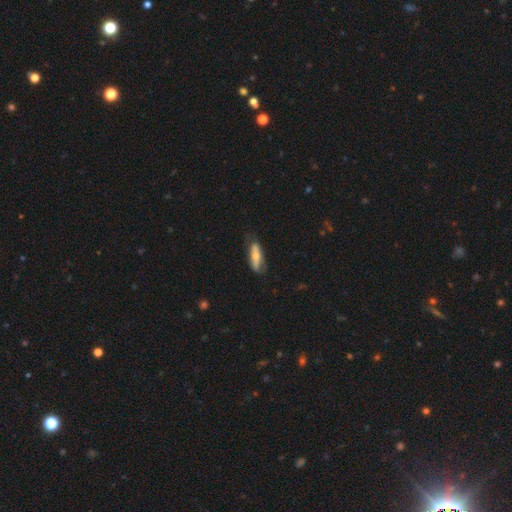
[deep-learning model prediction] Smooth or featured? Predicted: smooth (p=0.56). How rounded? Predicted: in between (p=0.54). Merging? Predicted: none (p=0.67).